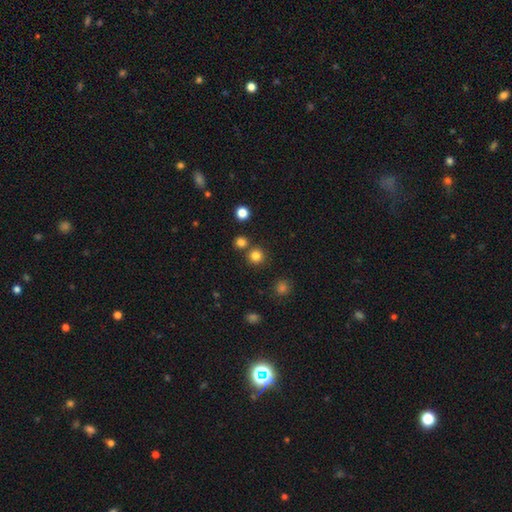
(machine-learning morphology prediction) A smooth galaxy with no disk features (81%) that is round (93%).

Vote fractions:
- Smooth or featured? smooth: 81% / star or artifact: 15% / featured or disk: 5%
- How rounded? round: 93% / in between: 6% / cigar-shaped: 1%
- Merging? none: 78% / merger: 13% / minor disturbance: 6% / major disturbance: 2%